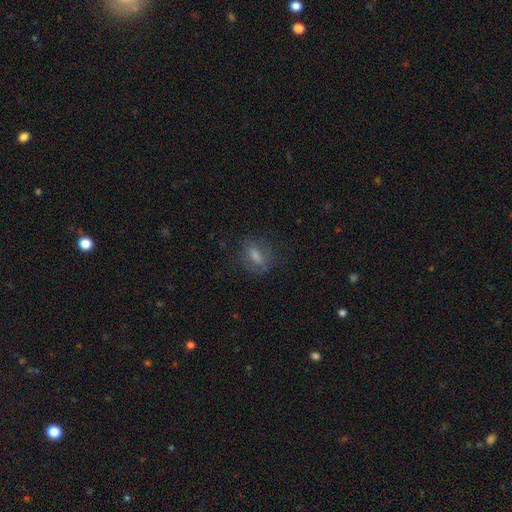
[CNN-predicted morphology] smooth-or-featured: smooth: 63% | featured or disk: 23% | star or artifact: 14%
  how-rounded: in between: 65% | round: 18% | cigar-shaped: 17%
  merging: none: 71% | minor disturbance: 17% | major disturbance: 10% | merger: 1%